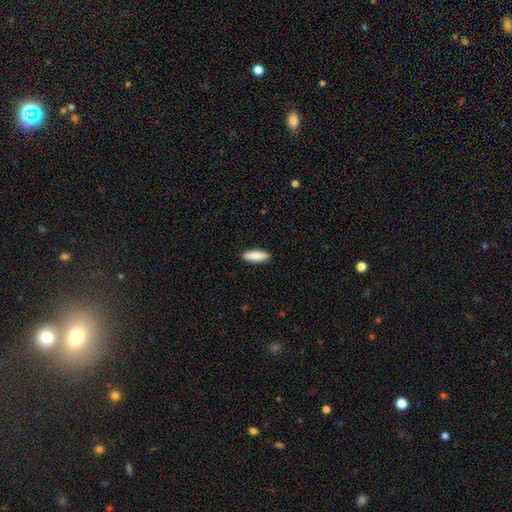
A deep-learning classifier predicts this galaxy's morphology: Smooth or featured: smooth — 83% (featured or disk — 11%)
How rounded: cigar-shaped — 54% (in between — 44%)
Merging: none — 91% (minor disturbance — 7%)